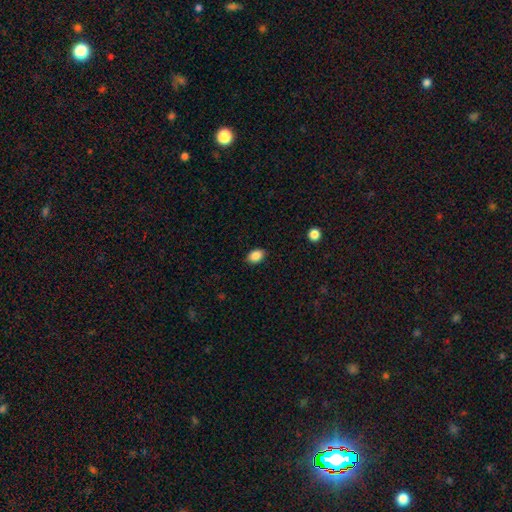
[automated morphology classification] type=smooth (88%); roundness=in between (80%); merging=none (88%).